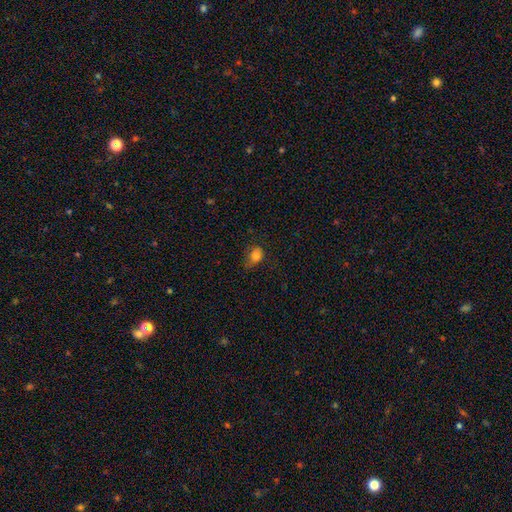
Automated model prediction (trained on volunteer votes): A smooth galaxy with no disk features (81%) that is in between round and cigar-shaped (64%). Merging: none (55%).